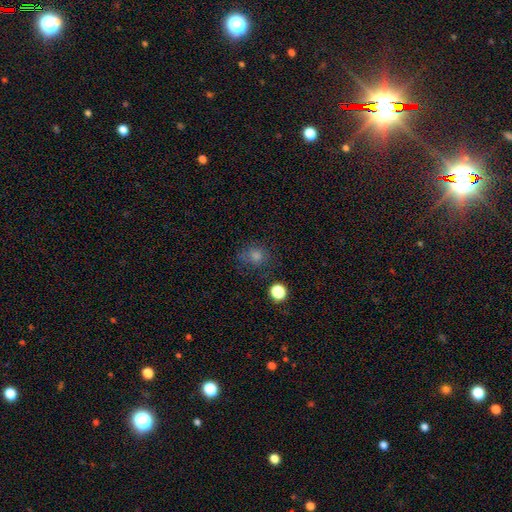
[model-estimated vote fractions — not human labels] Smooth or featured? Predicted: smooth (p=0.66). How rounded? Predicted: round (p=0.77). Merging? Predicted: none (p=0.71).